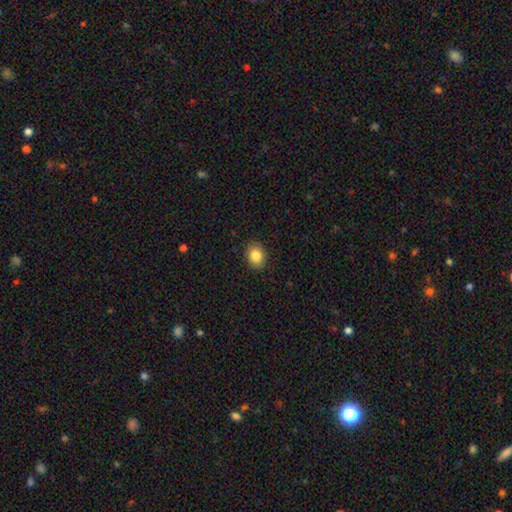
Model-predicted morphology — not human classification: This appears to be a smooth galaxy with no disk features (85%) that is in between round and cigar-shaped (54%). Merging: none (89%).